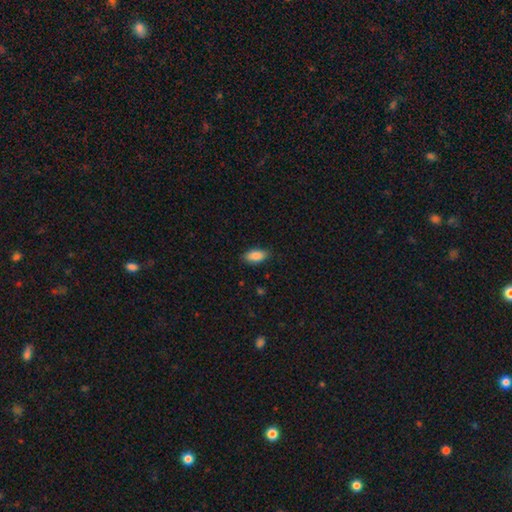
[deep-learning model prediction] Smooth or featured? smooth (87%)
How rounded? in between (91%)
Merging? none (85%)